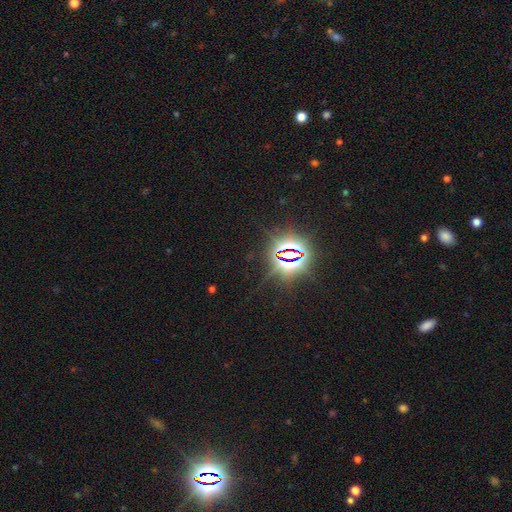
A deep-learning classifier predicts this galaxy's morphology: Smooth or featured? star or artifact (84%)